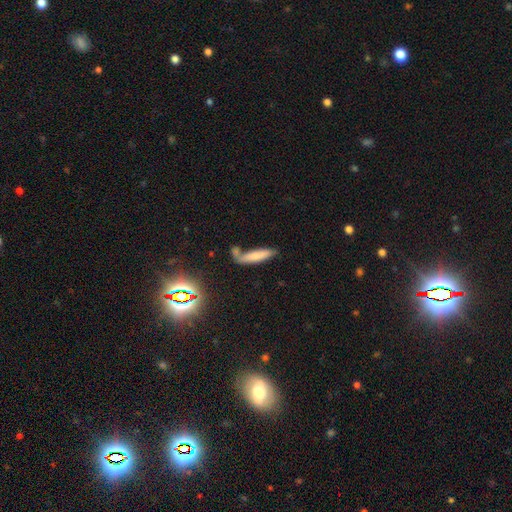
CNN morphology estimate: A smooth galaxy with no disk features (72%) that is cigar-shaped (75%).

Vote fractions:
- Smooth or featured? smooth: 72% / featured or disk: 19% / star or artifact: 9%
- How rounded? cigar-shaped: 75% / in between: 23% / round: 2%
- Merging? none: 49% / merger: 26% / minor disturbance: 17% / major disturbance: 8%